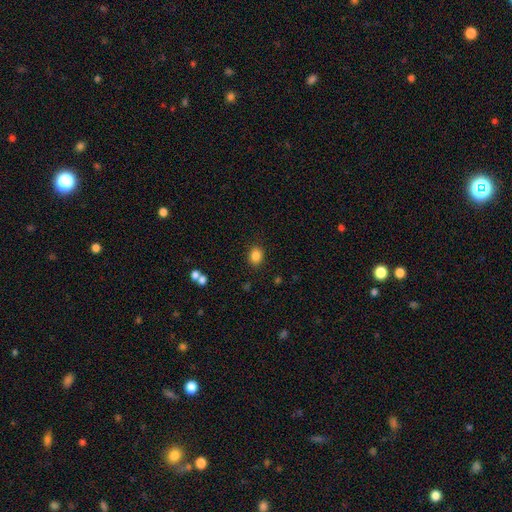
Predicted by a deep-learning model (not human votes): A smooth galaxy with no disk features (85%) that is round (51%).

Vote fractions:
- Smooth or featured? smooth: 85% / star or artifact: 10% / featured or disk: 4%
- How rounded? round: 51% / in between: 48% / cigar-shaped: 1%
- Merging? none: 88% / minor disturbance: 8% / major disturbance: 2% / merger: 2%